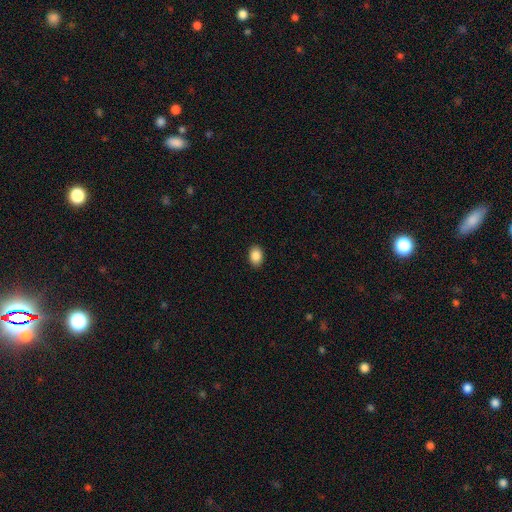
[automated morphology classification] Smooth or featured? smooth (89%)
How rounded? in between (81%)
Merging? none (90%)